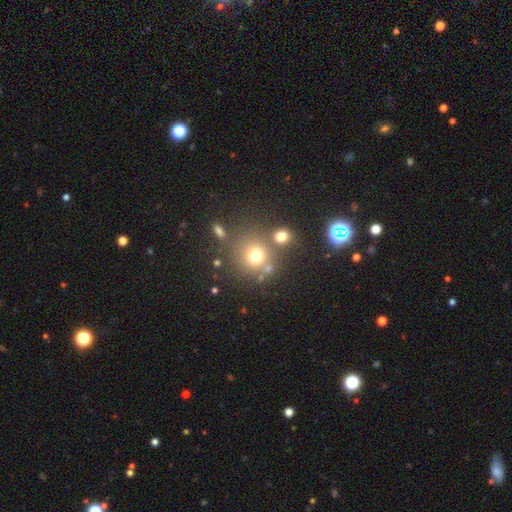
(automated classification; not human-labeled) smooth 68%, star or artifact 19%, featured or disk 13%. Down the decision tree: how rounded — round (86%); merging — none (62%).